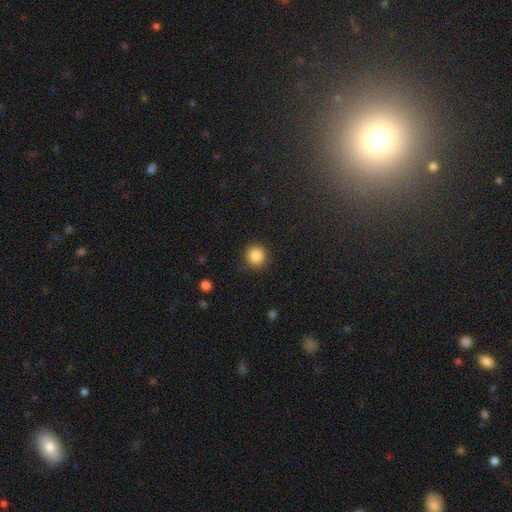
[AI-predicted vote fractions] A smooth galaxy with no disk features (86%) that is round (92%).

Vote fractions:
- Smooth or featured? smooth: 86% / star or artifact: 10% / featured or disk: 4%
- How rounded? round: 92% / in between: 7% / cigar-shaped: 1%
- Merging? none: 86% / minor disturbance: 10% / major disturbance: 3% / merger: 1%